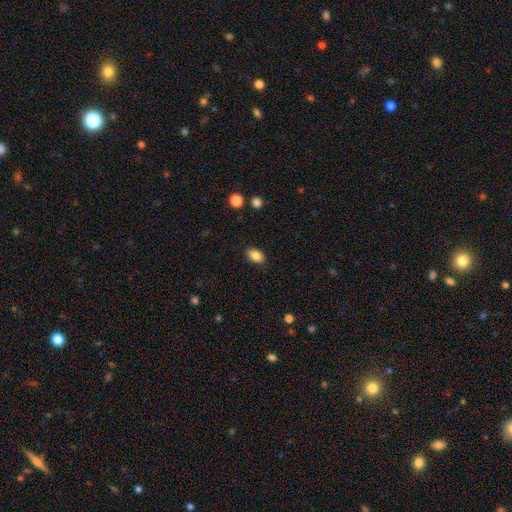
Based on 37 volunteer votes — Morphology: type=smooth (86%); roundness=in between (84%); merging=none (85%).